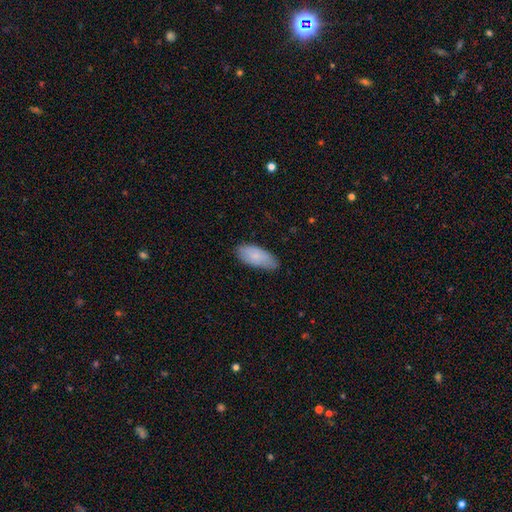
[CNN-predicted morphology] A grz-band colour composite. It shows a smooth galaxy with no disk features (79%) that is in between round and cigar-shaped (88%). Merging: none (75%).